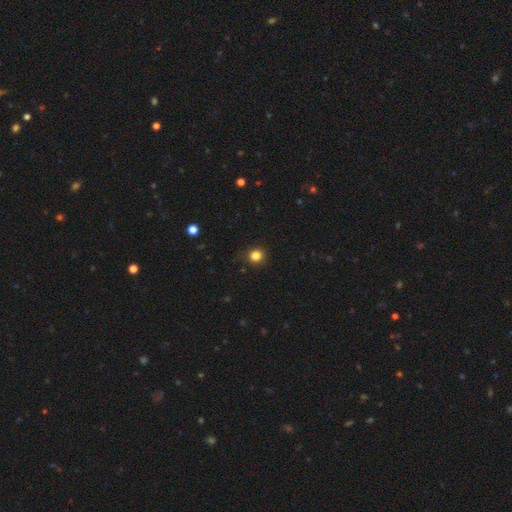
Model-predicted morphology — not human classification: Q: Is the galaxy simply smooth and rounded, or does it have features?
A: smooth — 83%.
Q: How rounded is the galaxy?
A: round — 89%.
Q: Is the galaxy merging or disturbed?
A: none — 87%.